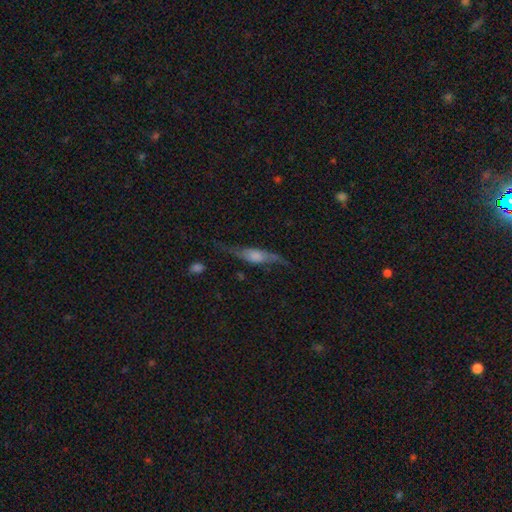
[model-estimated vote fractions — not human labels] A featured or disk galaxy (60%) viewed edge-on (66%). Merging: none (58%).